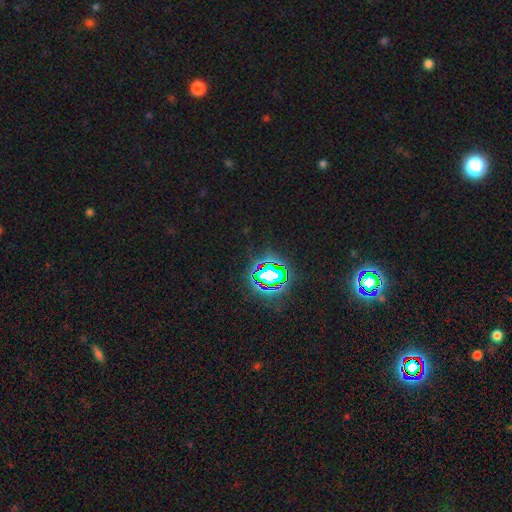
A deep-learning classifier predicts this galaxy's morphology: smooth-or-featured: star or artifact: 82% | smooth: 10% | featured or disk: 7%